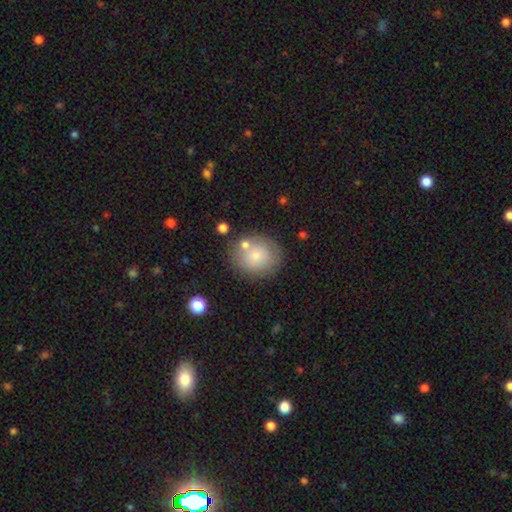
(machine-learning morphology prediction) smooth 73%, featured or disk 17%, star or artifact 10%. Down the decision tree: how rounded — round (80%); merging — none (70%).